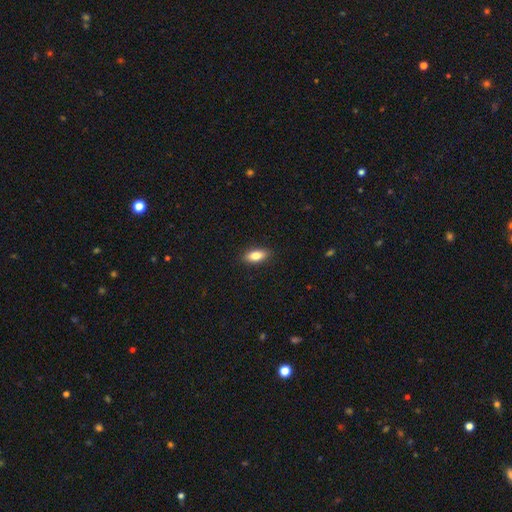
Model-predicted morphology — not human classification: type=smooth (80%); roundness=in between (83%); merging=none (90%).